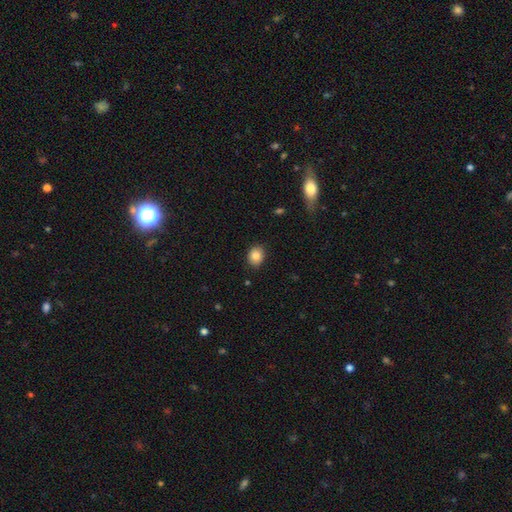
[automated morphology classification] Smooth or featured?
  - smooth: 84% *
  - star or artifact: 9%
  - featured or disk: 7%
How rounded?
  - round: 54% *
  - in between: 45%
  - cigar-shaped: 1%
Merging?
  - none: 88% *
  - minor disturbance: 9%
  - major disturbance: 2%
  - merger: 1%